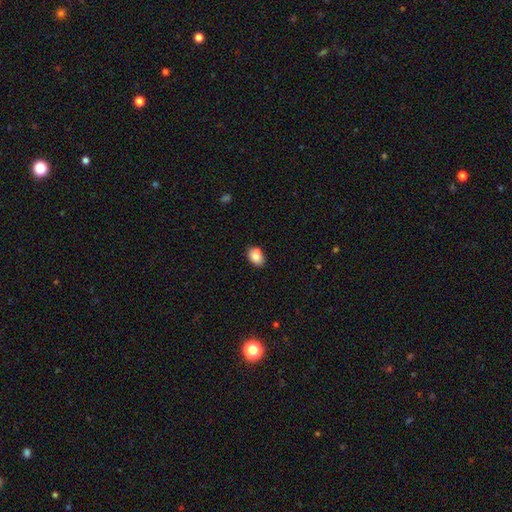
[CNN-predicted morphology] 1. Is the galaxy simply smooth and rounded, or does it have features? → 83% smooth, 9% featured or disk, 8% star or artifact.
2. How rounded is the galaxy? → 79% in between, 20% round, 1% cigar-shaped.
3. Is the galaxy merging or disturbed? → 66% none, 19% minor disturbance, 12% merger, 4% major disturbance.